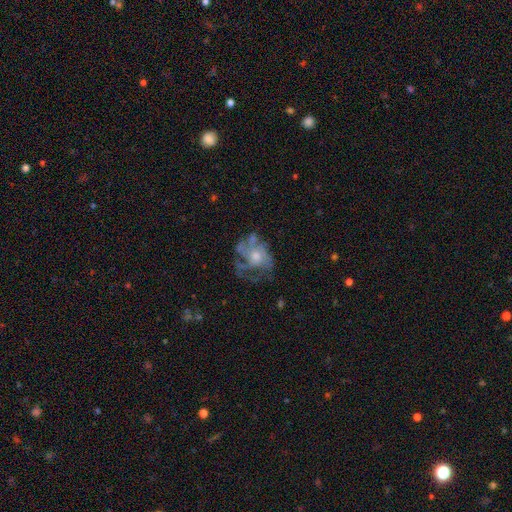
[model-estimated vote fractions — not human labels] Q: Smooth or featured?
A: featured or disk (68%); runner-up: smooth (21%)
Q: Edge-on disk?
A: no (97%); runner-up: yes (3%)
Q: Bar?
A: no (84%); runner-up: weak (14%)
Q: Spiral arms?
A: yes (65%); runner-up: no (35%)
Q: Bulge size?
A: moderate (49%); runner-up: small (41%)
Q: Merging?
A: none (49%); runner-up: major disturbance (26%)